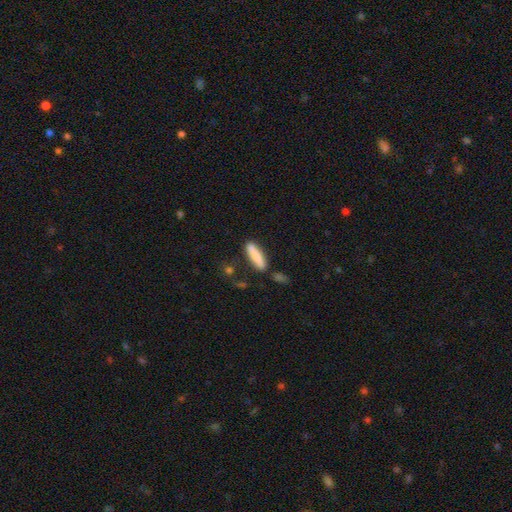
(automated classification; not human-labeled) Smooth or featured: smooth — 79% (featured or disk — 15%)
How rounded: cigar-shaped — 75% (in between — 23%)
Merging: none — 77% (minor disturbance — 13%)